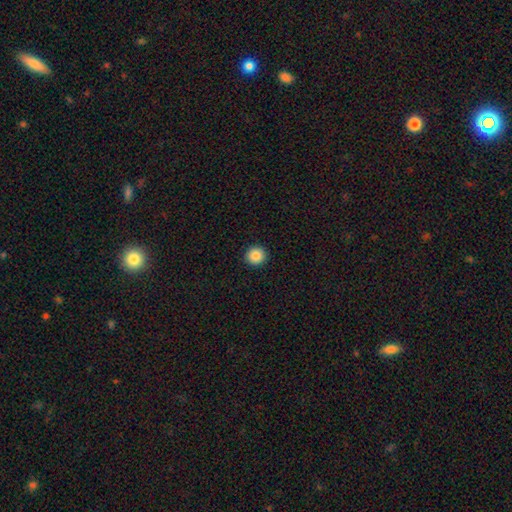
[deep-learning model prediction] A smooth galaxy with no disk features (87%) that is round (94%).

Vote fractions:
- Smooth or featured? smooth: 87% / star or artifact: 9% / featured or disk: 3%
- How rounded? round: 94% / in between: 5% / cigar-shaped: 1%
- Merging? none: 94% / minor disturbance: 4% / major disturbance: 1% / merger: 1%